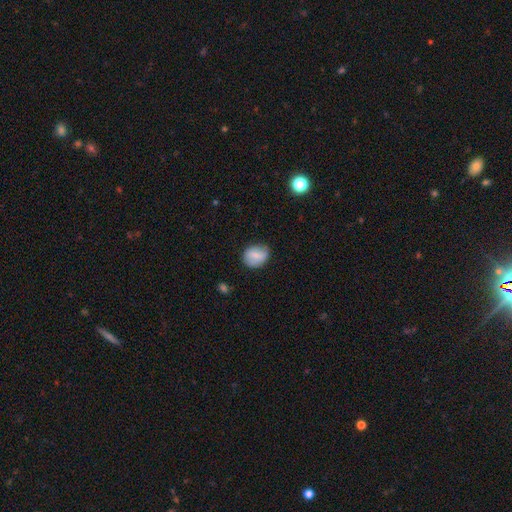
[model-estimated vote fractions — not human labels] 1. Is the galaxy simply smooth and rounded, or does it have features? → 72% smooth, 20% featured or disk, 8% star or artifact.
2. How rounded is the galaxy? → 53% round, 46% in between, 1% cigar-shaped.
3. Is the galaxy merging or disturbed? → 76% none, 18% minor disturbance, 4% major disturbance, 1% merger.